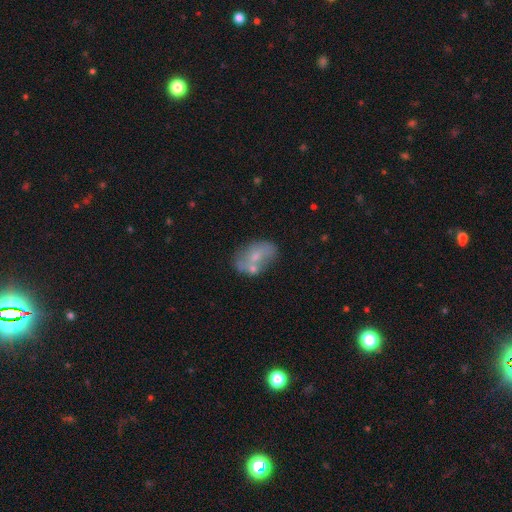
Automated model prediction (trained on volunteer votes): A smooth galaxy with no disk features (47%).

Vote fractions:
- Smooth or featured? smooth: 47% / featured or disk: 44% / star or artifact: 9%
- Merging? none: 48% / merger: 23% / minor disturbance: 21% / major disturbance: 8%